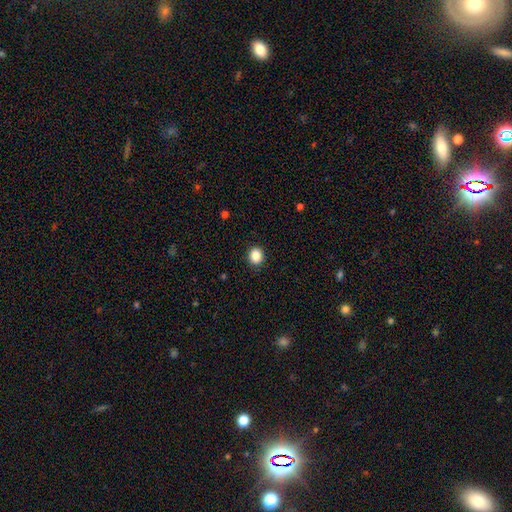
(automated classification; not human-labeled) Smooth or featured? smooth (87%)
How rounded? round (71%)
Merging? none (91%)